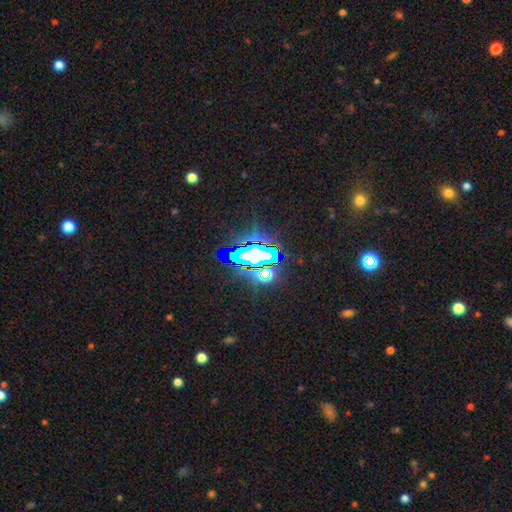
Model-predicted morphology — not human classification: A star or artifact, not a galaxy (70%).